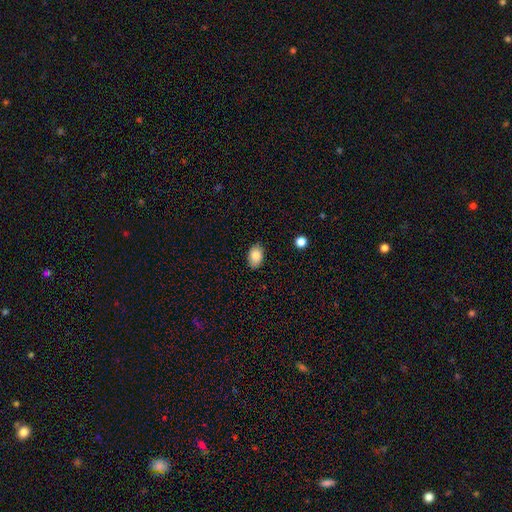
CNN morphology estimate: smooth 86%, star or artifact 8%, featured or disk 6%. Down the decision tree: how rounded — in between (85%); merging — none (85%).